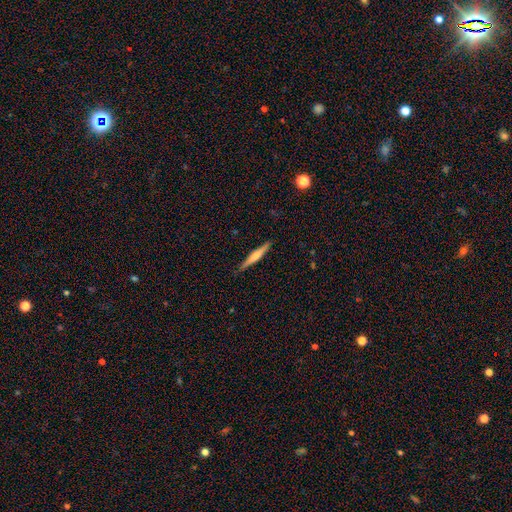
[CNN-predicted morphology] This appears to be a featured or disk galaxy (48%). Merging: none (89%).